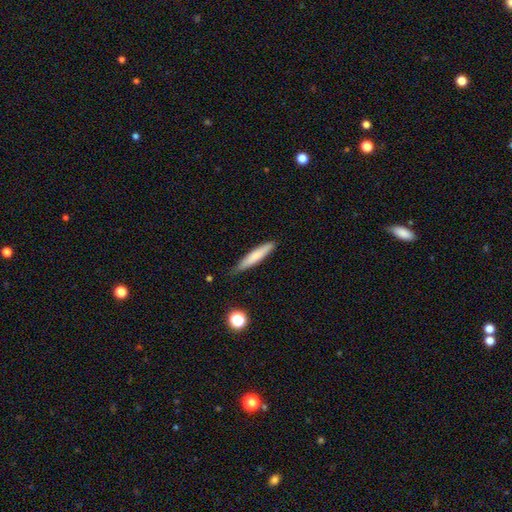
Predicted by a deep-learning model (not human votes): This appears to be a smooth galaxy with no disk features (75%) that is cigar-shaped (90%). Merging: none (78%).